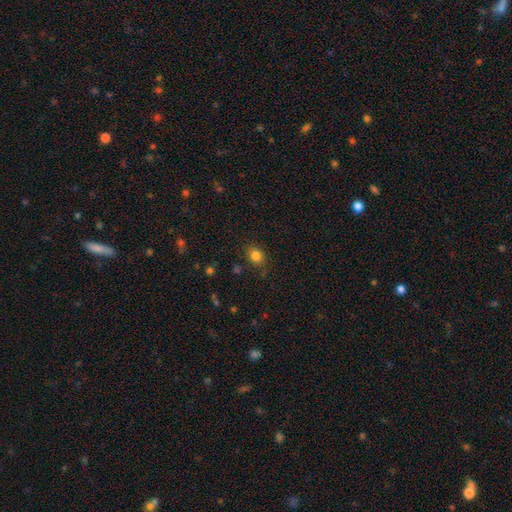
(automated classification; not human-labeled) The model was most divided on "how rounded": round: 55%, in between: 44%, cigar-shaped: 1%. More confident: smooth or featured — smooth (82%); merging — none (80%).